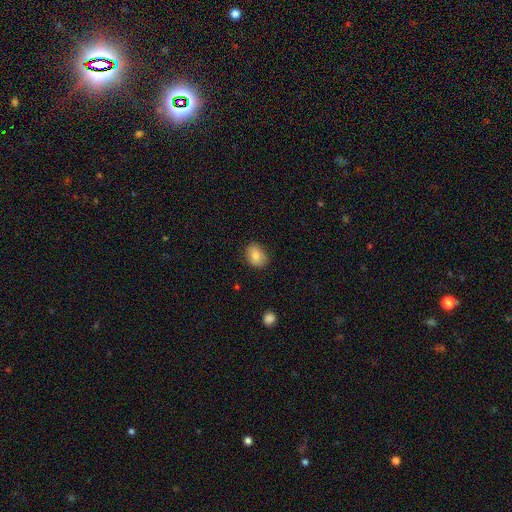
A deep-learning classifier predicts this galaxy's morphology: A smooth galaxy with no disk features (83%) that is in between round and cigar-shaped (67%).

Vote fractions:
- Smooth or featured? smooth: 83% / featured or disk: 9% / star or artifact: 8%
- How rounded? in between: 67% / round: 32% / cigar-shaped: 1%
- Merging? none: 83% / minor disturbance: 13% / major disturbance: 3% / merger: 1%